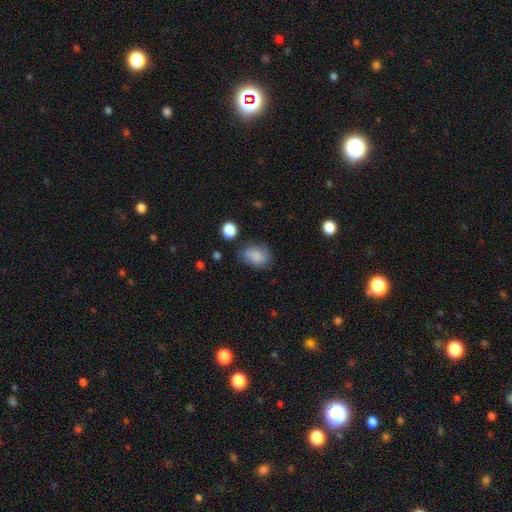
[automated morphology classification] type=smooth (74%); roundness=in between (60%); merging=none (60%).